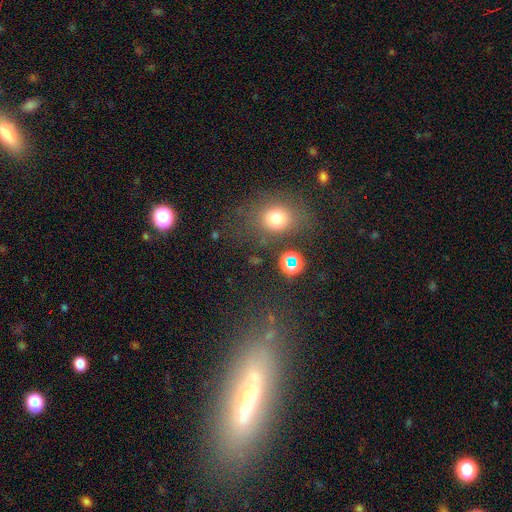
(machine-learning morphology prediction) Smooth or featured?
  - smooth: 49% *
  - featured or disk: 27%
  - star or artifact: 25%
Merging?
  - none: 75% *
  - minor disturbance: 13%
  - merger: 6%
  - major disturbance: 6%